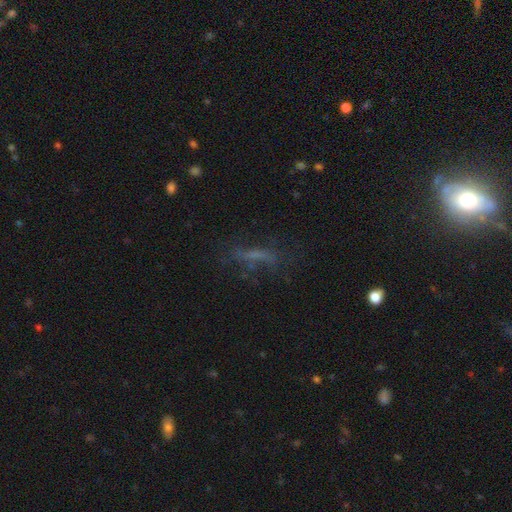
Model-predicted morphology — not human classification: A smooth galaxy with no disk features (42%).

Vote fractions:
- Smooth or featured? smooth: 42% / featured or disk: 34% / star or artifact: 24%
- Merging? none: 57% / major disturbance: 20% / minor disturbance: 20% / merger: 3%